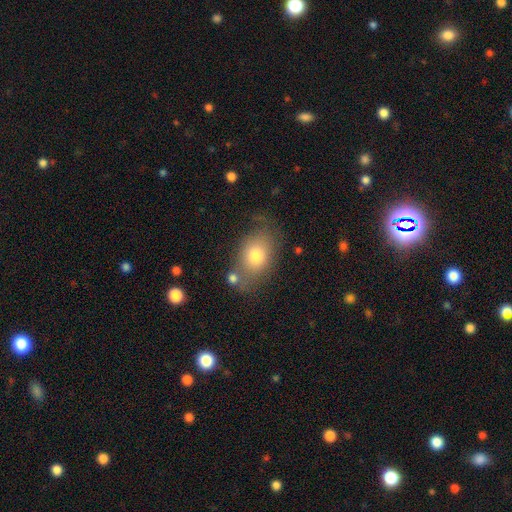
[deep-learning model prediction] Q: Smooth or featured?
A: smooth (74%); runner-up: featured or disk (18%)
Q: How rounded?
A: in between (77%); runner-up: round (22%)
Q: Merging?
A: none (57%); runner-up: minor disturbance (22%)